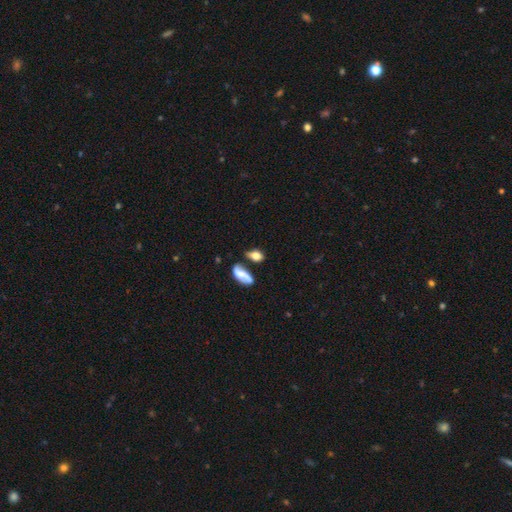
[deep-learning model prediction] smooth-or-featured: smooth: 72% | featured or disk: 18% | star or artifact: 10%
  how-rounded: in between: 75% | round: 19% | cigar-shaped: 6%
  merging: none: 46% | merger: 26% | minor disturbance: 19% | major disturbance: 9%